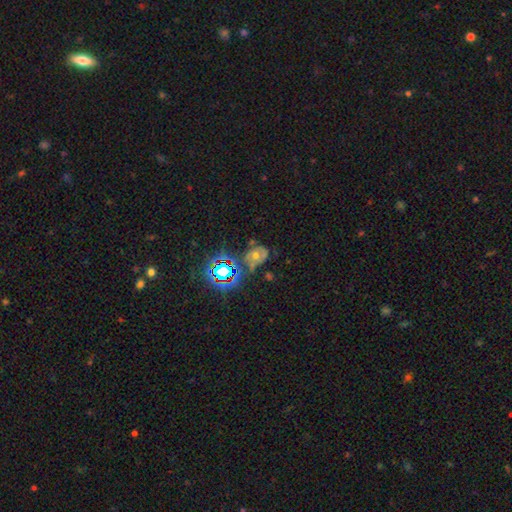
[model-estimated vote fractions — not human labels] smooth-or-featured: star or artifact: 41% | featured or disk: 37% | smooth: 22%